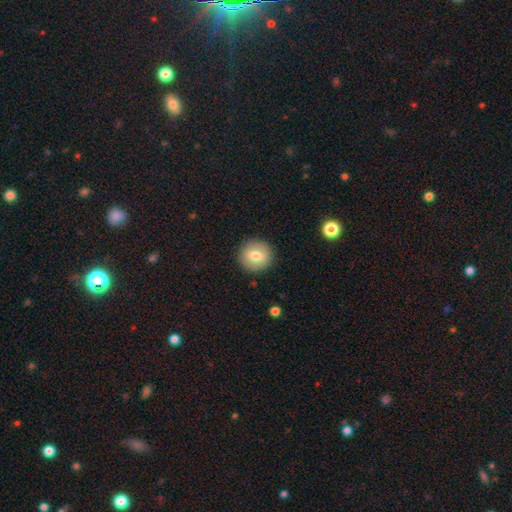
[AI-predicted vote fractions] A smooth galaxy with no disk features (74%) that is round (91%). Merging: none (90%).